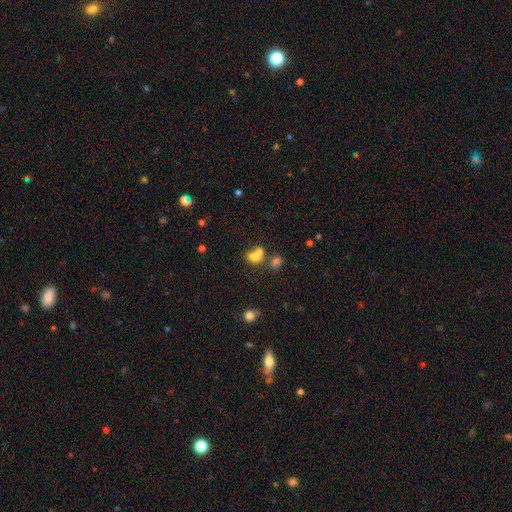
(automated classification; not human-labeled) smooth_or_featured: smooth (p=0.68) [alt: star or artifact p=0.17]
how_rounded: in between (p=0.51) [alt: round p=0.47]
merging: merger (p=0.56) [alt: none p=0.31]